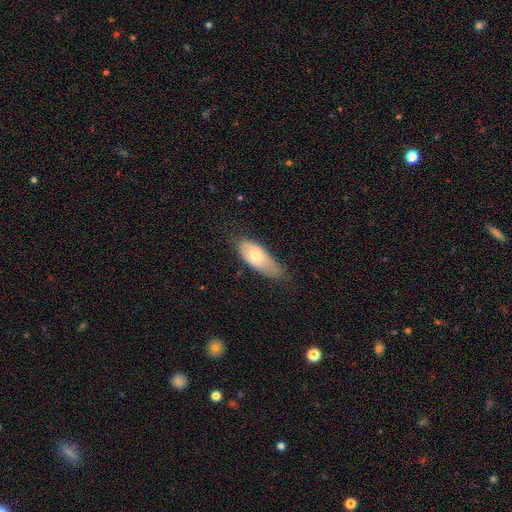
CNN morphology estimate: This appears to be a smooth galaxy with no disk features (67%) that is in between round and cigar-shaped (84%). Merging: none (44%).